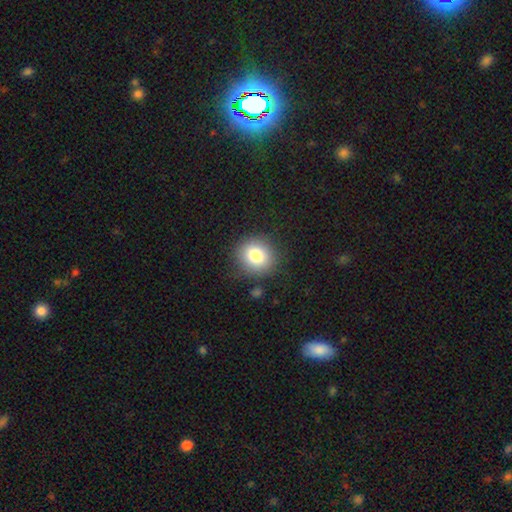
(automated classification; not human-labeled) Overall: smooth (81%). How rounded: round (80%). Merging: none (86%).